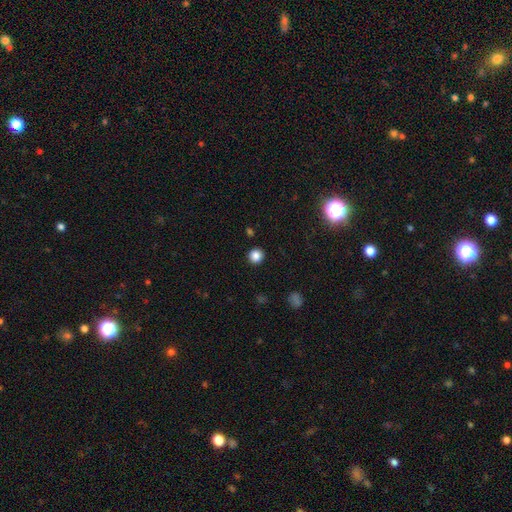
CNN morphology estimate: type=smooth (85%); roundness=round (94%); merging=none (92%).